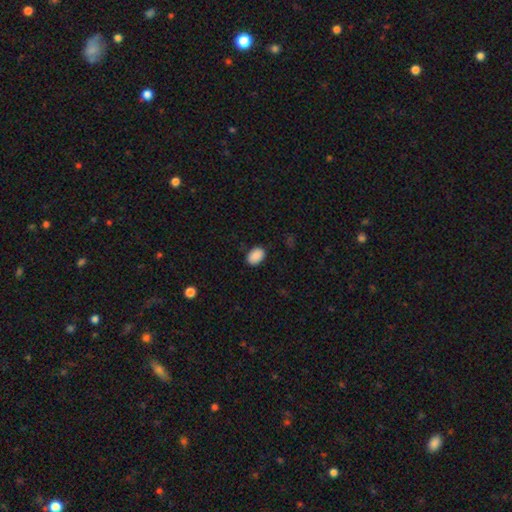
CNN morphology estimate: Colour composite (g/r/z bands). It shows a smooth galaxy with no disk features (90%) that is in between round and cigar-shaped (85%). Merging: none (87%).